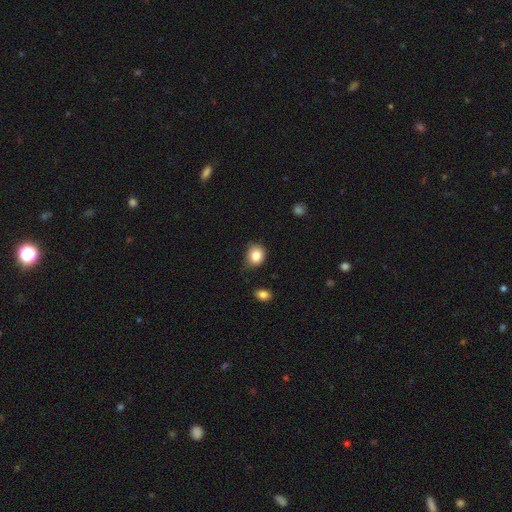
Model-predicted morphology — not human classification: smooth-or-featured: smooth: 83% | star or artifact: 10% | featured or disk: 7%
  how-rounded: round: 66% | in between: 33% | cigar-shaped: 1%
  merging: none: 58% | minor disturbance: 33% | major disturbance: 7% | merger: 3%